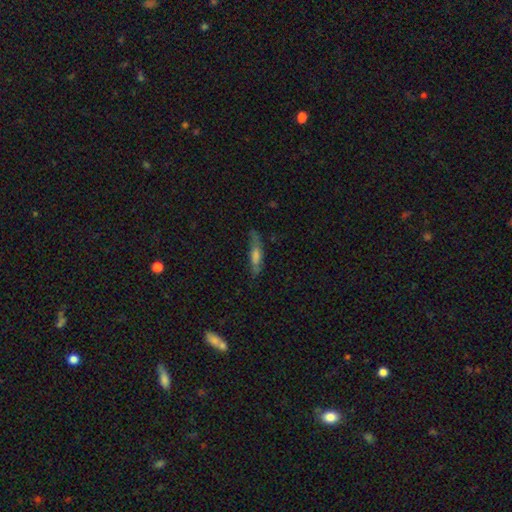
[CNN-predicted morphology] Smooth or featured? Predicted: smooth (p=0.47). Merging? Predicted: none (p=0.69).